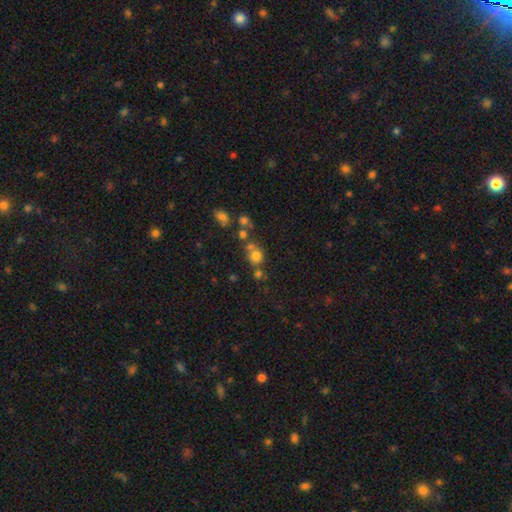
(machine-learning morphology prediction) Smooth or featured? Predicted: smooth (p=0.71). How rounded? Predicted: round (p=0.83). Merging? Predicted: none (p=0.51).